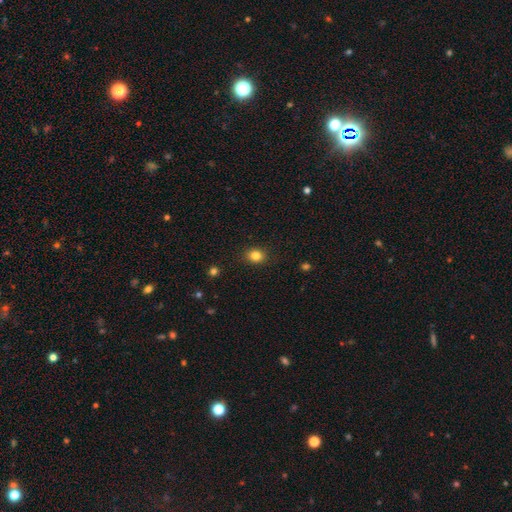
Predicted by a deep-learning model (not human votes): Smooth or featured? smooth (83%)
How rounded? round (64%)
Merging? none (89%)